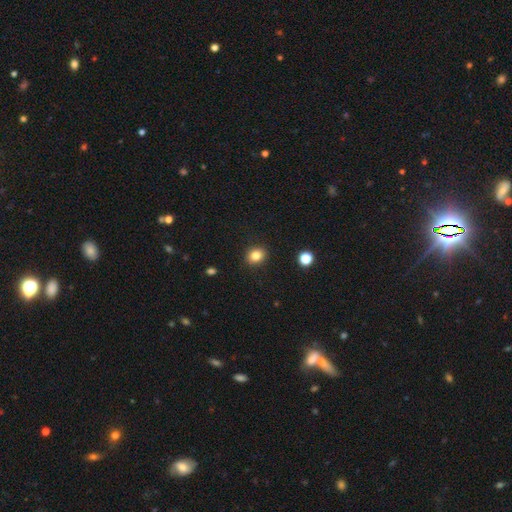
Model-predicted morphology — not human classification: Q: Smooth or featured?
A: smooth (83%); runner-up: star or artifact (11%)
Q: How rounded?
A: round (65%); runner-up: in between (34%)
Q: Merging?
A: none (90%); runner-up: minor disturbance (6%)